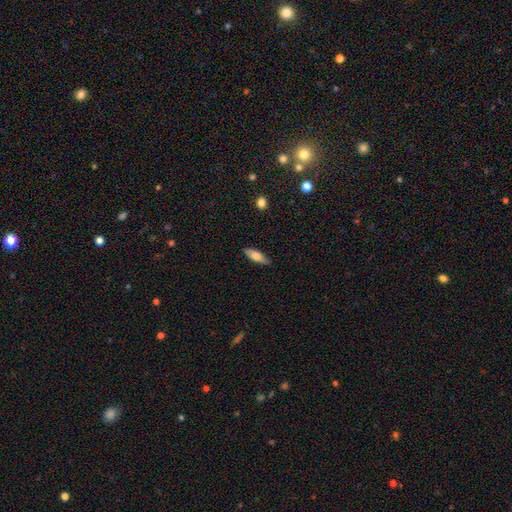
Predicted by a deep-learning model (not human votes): Morphology: type=smooth (70%); roundness=in between (60%); merging=none (85%).